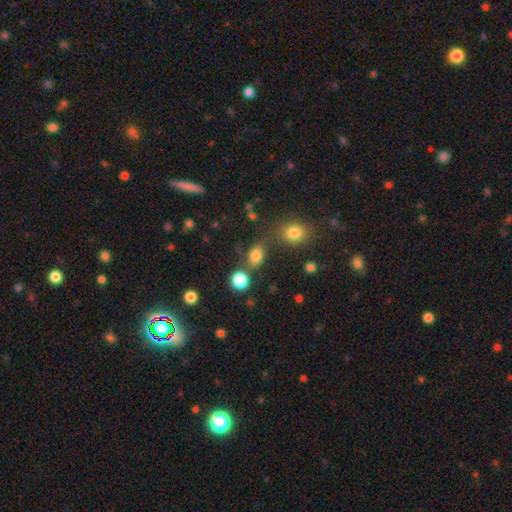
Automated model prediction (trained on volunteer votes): Smooth or featured: smooth — 80% (star or artifact — 13%)
How rounded: in between — 68% (round — 30%)
Merging: none — 63% (merger — 16%)